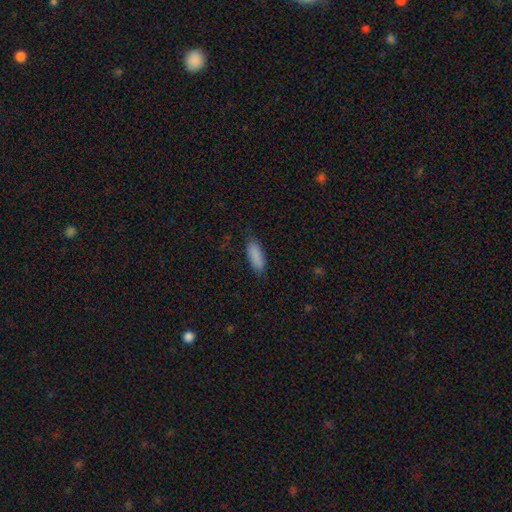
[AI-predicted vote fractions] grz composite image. It shows a smooth galaxy with no disk features (88%) that is in between round and cigar-shaped (72%). Merging: none (79%).